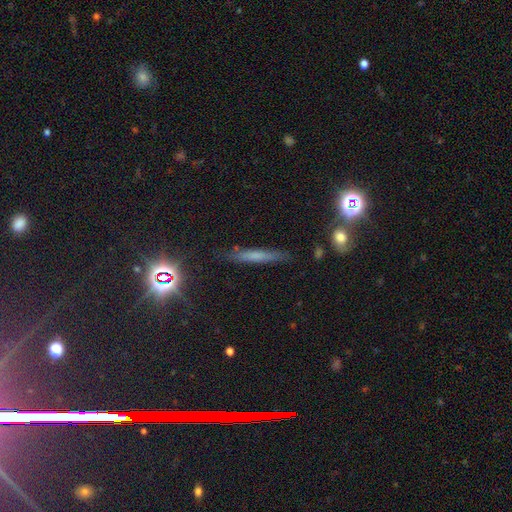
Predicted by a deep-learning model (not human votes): Morphology: type=smooth (51%); roundness=cigar-shaped (91%); merging=none (82%).